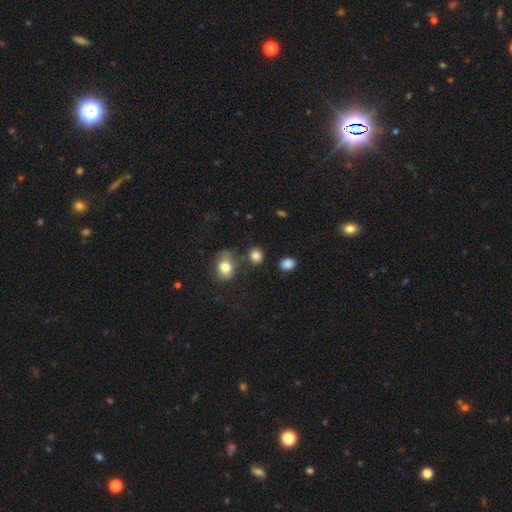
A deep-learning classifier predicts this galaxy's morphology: smooth_or_featured: smooth (p=0.84) [alt: star or artifact p=0.10]
how_rounded: round (p=0.69) [alt: in between p=0.29]
merging: none (p=0.73) [alt: minor disturbance p=0.14]